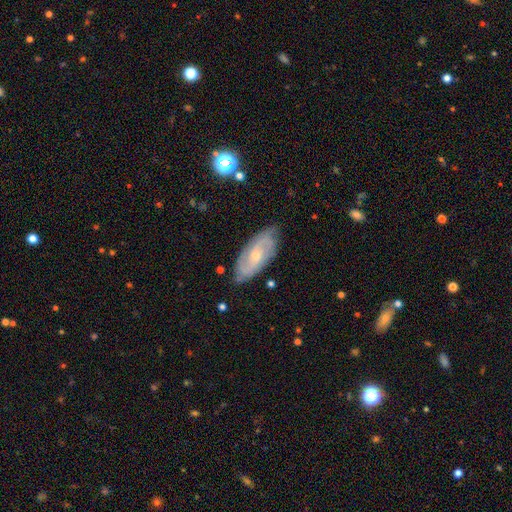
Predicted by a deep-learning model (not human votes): This appears to be a featured or disk galaxy (74%) with no bar (57%), 2 (50%) tight (49%) spiral arms (92%) and a small central bulge (68%). Merging: none (78%).